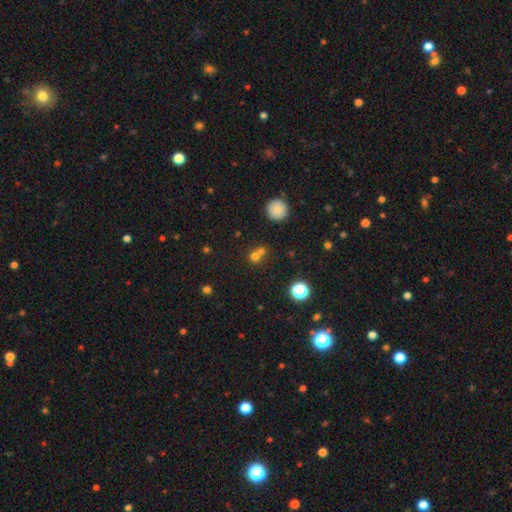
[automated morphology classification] A smooth galaxy with no disk features (66%) that is round (87%).

Vote fractions:
- Smooth or featured? smooth: 66% / star or artifact: 22% / featured or disk: 12%
- How rounded? round: 87% / in between: 12% / cigar-shaped: 1%
- Merging? none: 47% / merger: 44% / minor disturbance: 6% / major disturbance: 3%